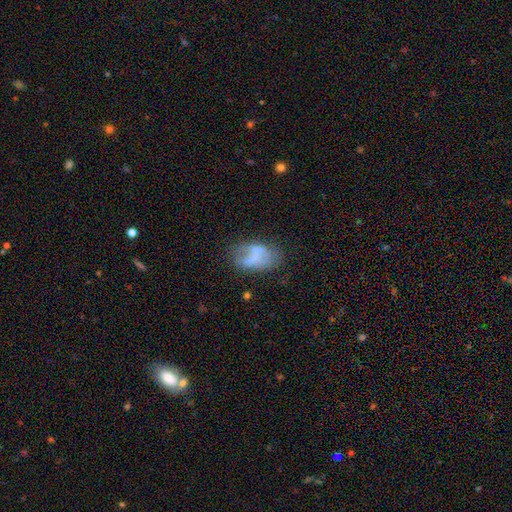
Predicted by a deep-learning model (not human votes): Overall: smooth (45%; featured or disk 44%). Merging: none (41%; minor disturbance 25%).